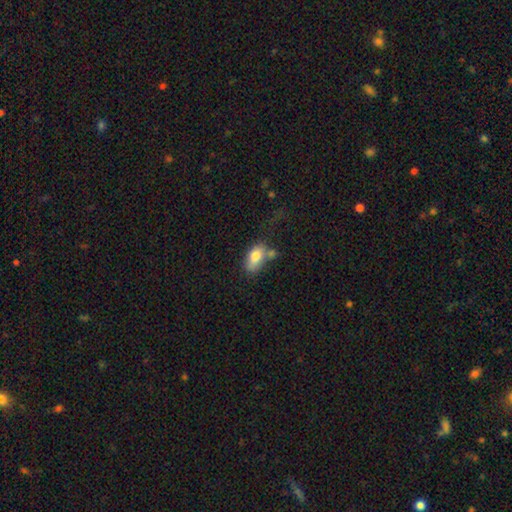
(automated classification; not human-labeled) Smooth or featured: smooth — 77% (featured or disk — 16%)
How rounded: in between — 89% (round — 6%)
Merging: none — 38% (merger — 25%)